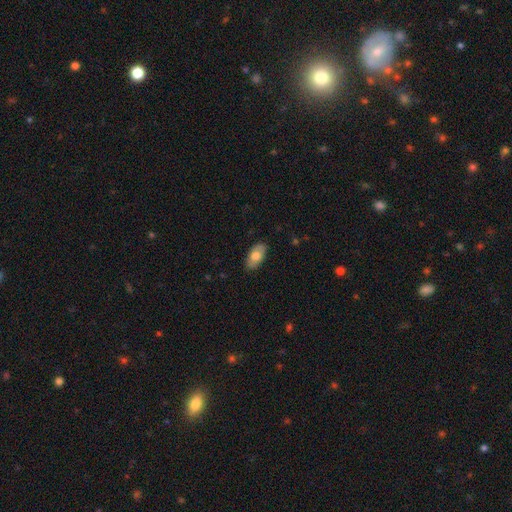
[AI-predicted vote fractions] Smooth or featured: smooth — 72% (featured or disk — 22%)
How rounded: in between — 94% (round — 3%)
Merging: none — 86% (minor disturbance — 11%)